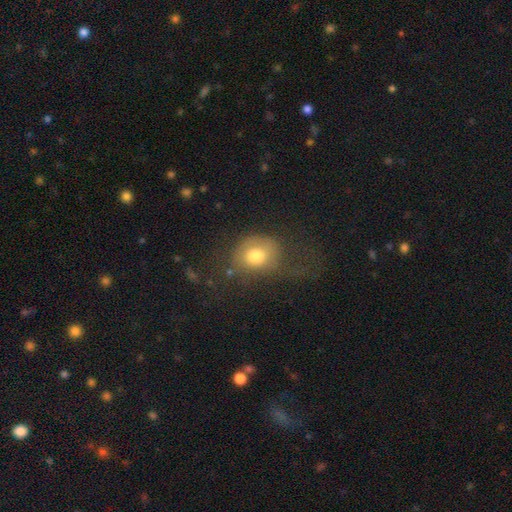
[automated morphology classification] Smooth or featured: smooth — 69% (featured or disk — 21%)
How rounded: round — 53% (in between — 46%)
Merging: major disturbance — 38% (none — 36%)